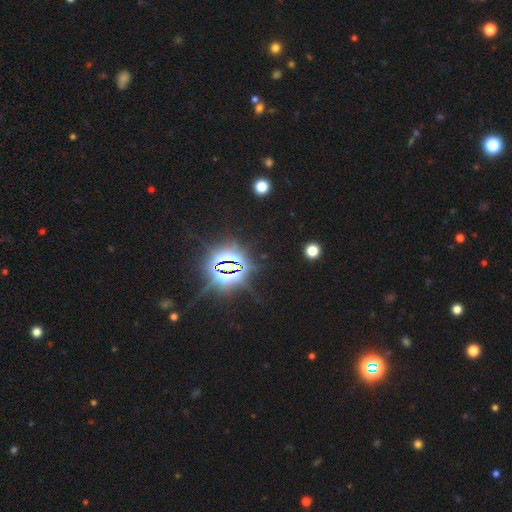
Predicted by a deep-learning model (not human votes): Morphology: type=star or artifact (83%).